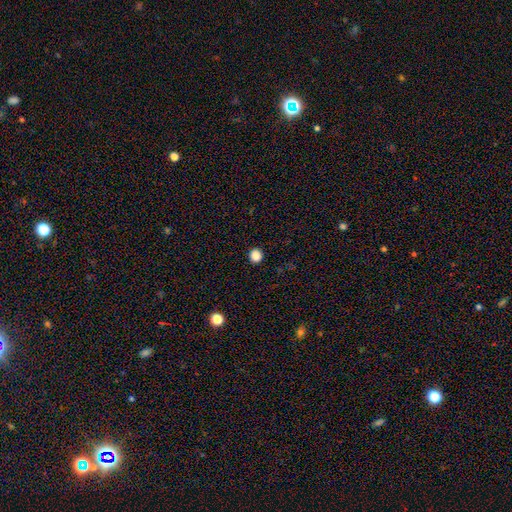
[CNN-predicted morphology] The model was most divided on "how rounded": round: 87%, in between: 12%, cigar-shaped: 1%. More confident: merging — none (92%); smooth or featured — smooth (86%).